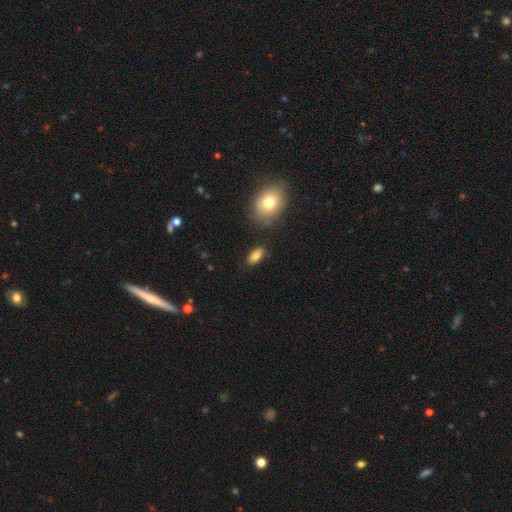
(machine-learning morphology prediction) Smooth or featured?
  - smooth: 82% *
  - featured or disk: 9%
  - star or artifact: 9%
How rounded?
  - in between: 87% *
  - cigar-shaped: 8%
  - round: 4%
Merging?
  - none: 82% *
  - minor disturbance: 12%
  - major disturbance: 3%
  - merger: 3%